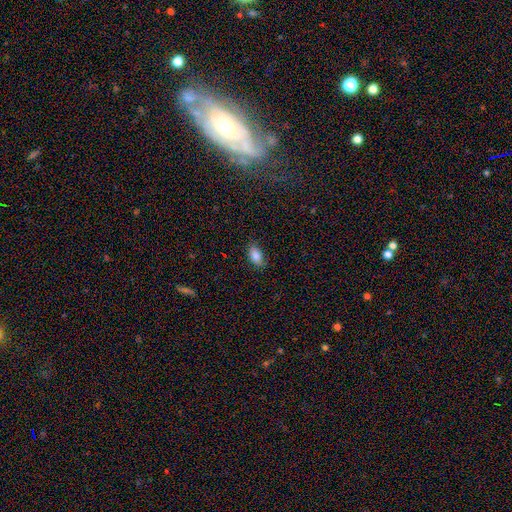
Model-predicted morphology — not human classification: type=smooth (84%); roundness=in between (91%); merging=none (79%).